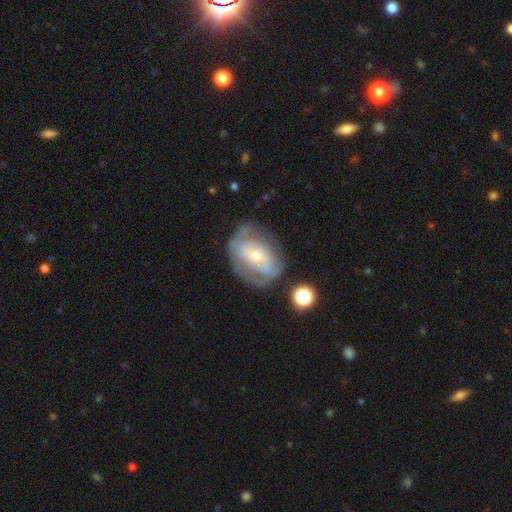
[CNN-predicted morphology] type=featured or disk (70%); edge-on=no (95%); bar=no (47%); spiral arms=yes (61%); bulge=small (50%); merging=none (59%).